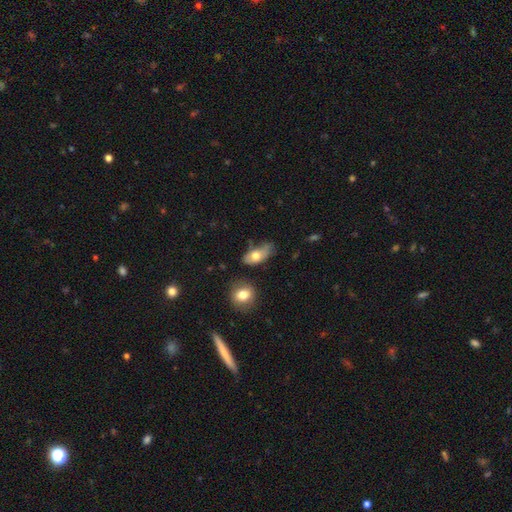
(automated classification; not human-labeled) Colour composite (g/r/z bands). It shows a smooth galaxy with no disk features (67%) that is in between round and cigar-shaped (85%). Merging: none (40%).